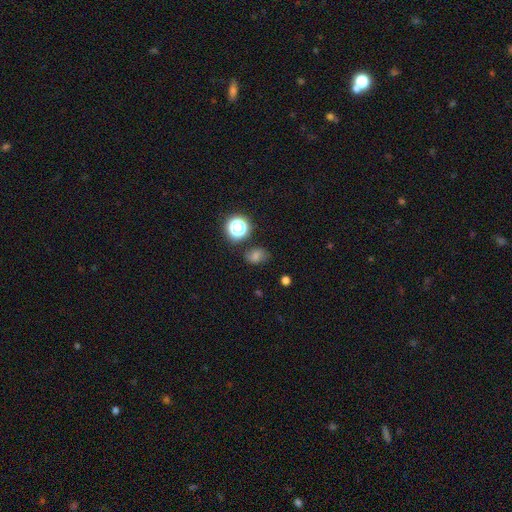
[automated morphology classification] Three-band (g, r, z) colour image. It shows a smooth galaxy with no disk features (54%) that is round (50%). Merging: none (75%).